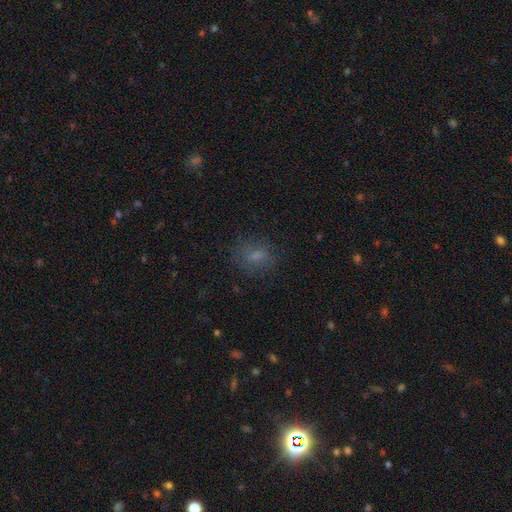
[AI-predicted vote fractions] Q: Smooth or featured?
A: smooth (71%); runner-up: star or artifact (17%)
Q: How rounded?
A: in between (58%); runner-up: round (39%)
Q: Merging?
A: none (76%); runner-up: minor disturbance (15%)